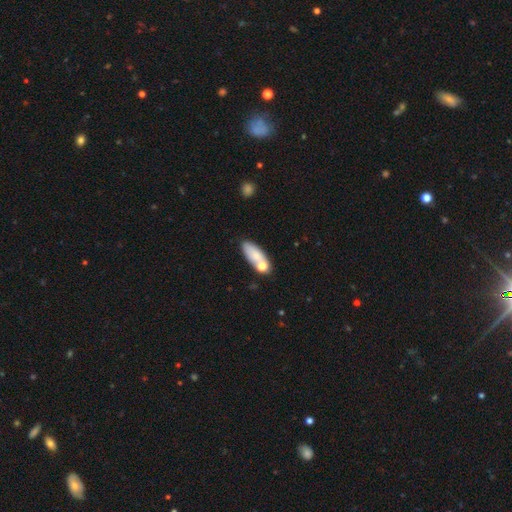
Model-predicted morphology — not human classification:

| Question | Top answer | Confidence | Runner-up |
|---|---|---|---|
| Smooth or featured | smooth | 76% | featured or disk (16%) |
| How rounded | in between | 73% | cigar-shaped (23%) |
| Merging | none | 60% | merger (18%) |